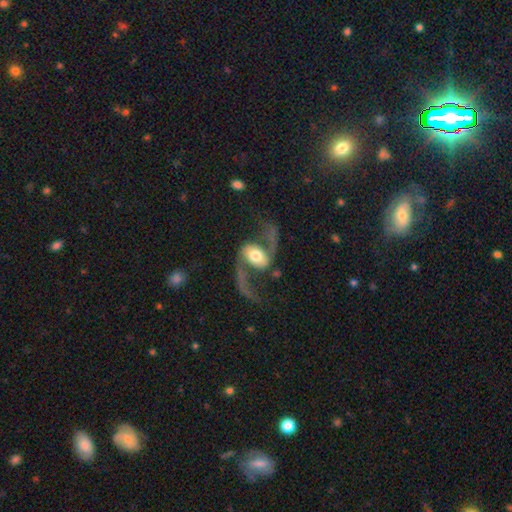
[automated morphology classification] Smooth or featured?
  - featured or disk: 89% *
  - smooth: 7%
  - star or artifact: 4%
Edge-on disk?
  - no: 97% *
  - yes: 3%
Bar?
  - no: 47% *
  - weak: 33%
  - strong: 21%
Spiral arms?
  - yes: 96% *
  - no: 4%
Spiral winding?
  - loose: 87% *
  - medium: 10%
  - tight: 3%
Spiral arm count?
  - 2: 94% *
  - 1: 2%
  - can't tell: 1%
  - 3: 1%
  - 4: 1%
  - more than 4: 1%
Bulge size?
  - moderate: 54% *
  - large: 30%
  - small: 10%
  - dominant: 5%
  - none: 2%
Merging?
  - none: 64% *
  - major disturbance: 18%
  - minor disturbance: 14%
  - merger: 4%